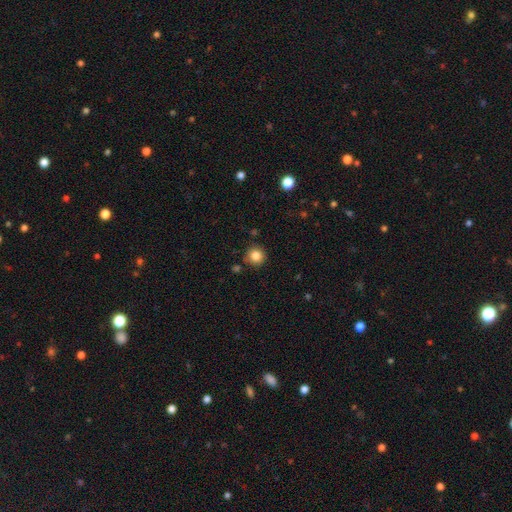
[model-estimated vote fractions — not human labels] A smooth galaxy with no disk features (83%) that is round (94%).

Vote fractions:
- Smooth or featured? smooth: 83% / star or artifact: 11% / featured or disk: 6%
- How rounded? round: 94% / in between: 5% / cigar-shaped: 1%
- Merging? none: 88% / minor disturbance: 8% / merger: 3% / major disturbance: 2%